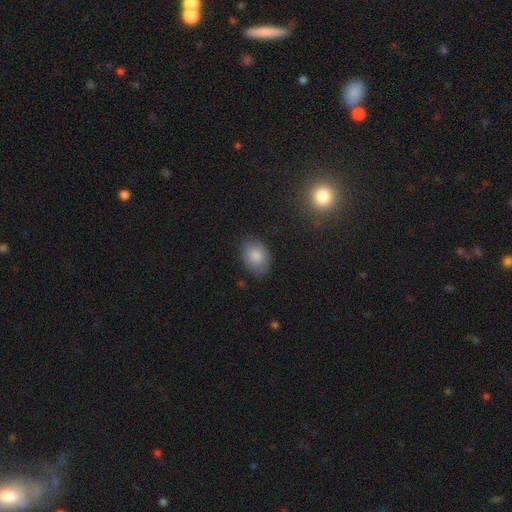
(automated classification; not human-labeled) Overall: smooth (84%). How rounded: in between (71%). Merging: none (79%).